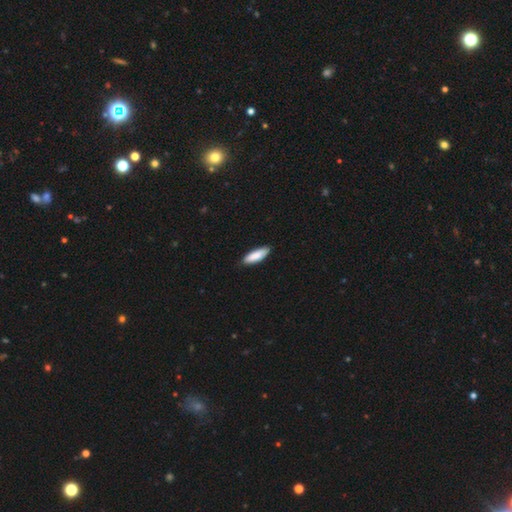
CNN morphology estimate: A smooth galaxy with no disk features (87%) that is cigar-shaped (49%, tied with in between). Merging: none (87%).